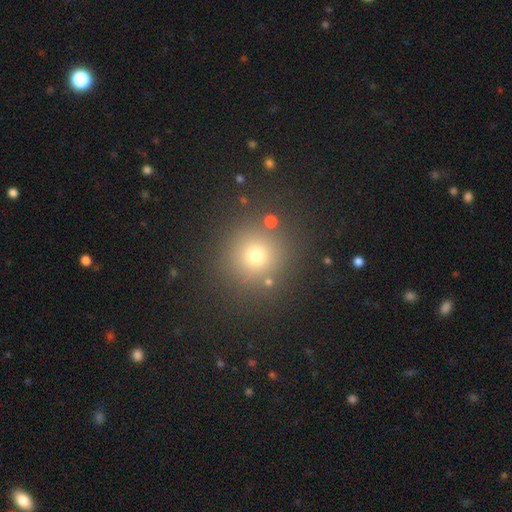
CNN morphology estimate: type=smooth (70%); roundness=round (93%); merging=none (86%).